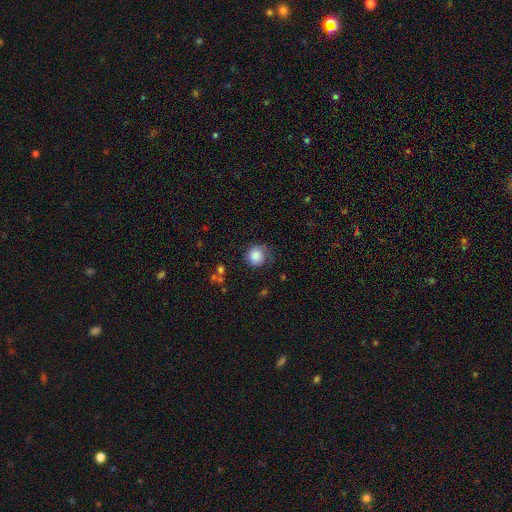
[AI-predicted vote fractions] Overall: smooth (82%). How rounded: round (87%). Merging: none (64%).